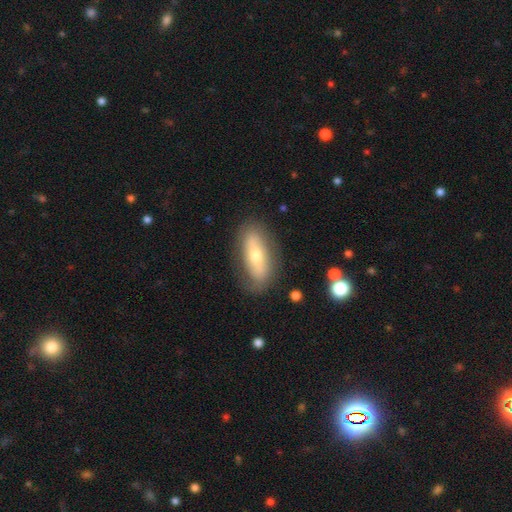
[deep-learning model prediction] Smooth or featured? smooth (53%)
How rounded? in between (75%)
Merging? none (80%)